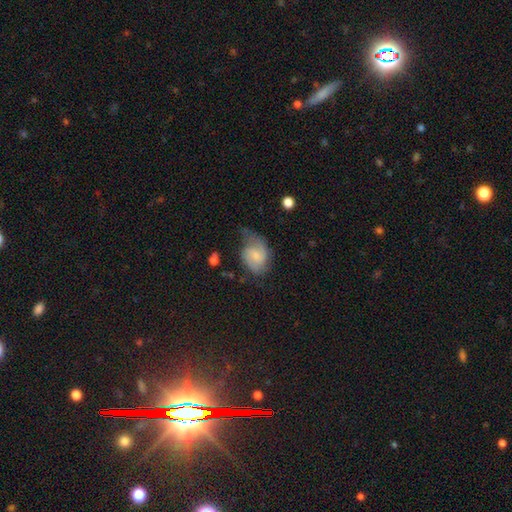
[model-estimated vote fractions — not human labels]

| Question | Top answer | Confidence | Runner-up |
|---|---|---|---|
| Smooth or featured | featured or disk | 54% | smooth (38%) |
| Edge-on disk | no | 97% | yes (3%) |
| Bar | weak | 47% | no (44%) |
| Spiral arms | yes | 87% | no (13%) |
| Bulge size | small | 45% | moderate (32%) |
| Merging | none | 40% | minor disturbance (33%) |